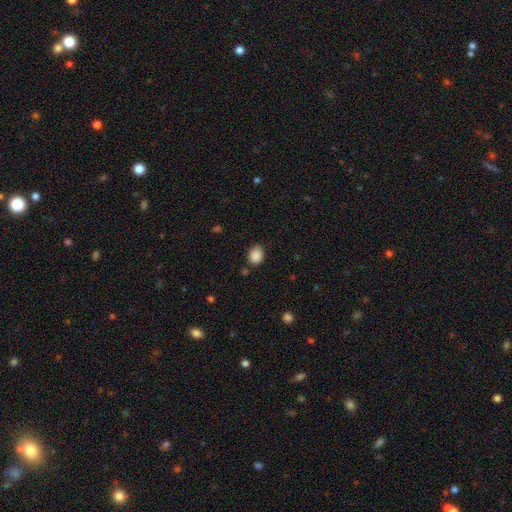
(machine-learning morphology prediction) smooth-or-featured: smooth: 88% | star or artifact: 9% | featured or disk: 3%
  how-rounded: round: 54% | in between: 46% | cigar-shaped: 1%
  merging: none: 77% | minor disturbance: 17% | major disturbance: 4% | merger: 3%